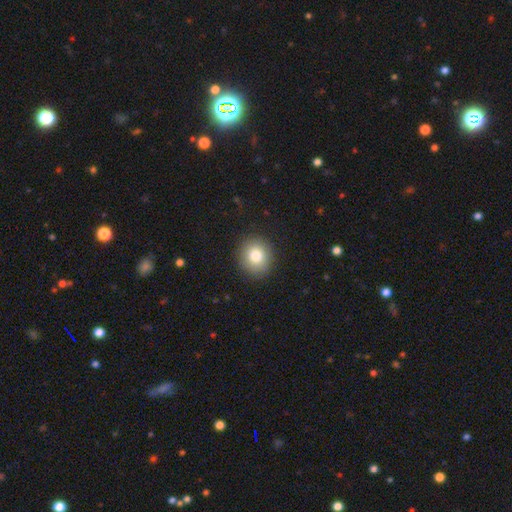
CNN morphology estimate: smooth-or-featured: smooth: 82% | star or artifact: 10% | featured or disk: 9%
  how-rounded: round: 82% | in between: 17% | cigar-shaped: 1%
  merging: none: 89% | minor disturbance: 7% | major disturbance: 2% | merger: 1%